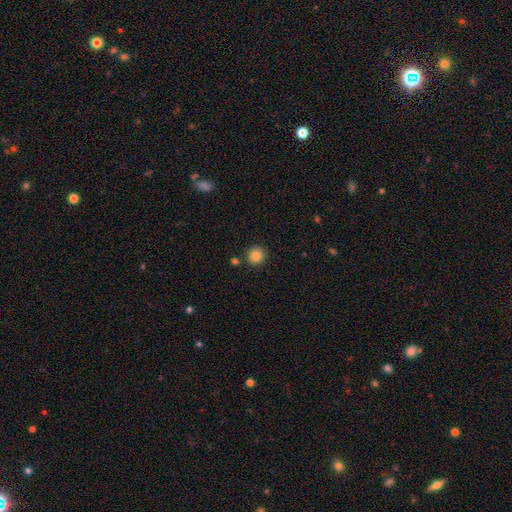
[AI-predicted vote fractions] smooth-or-featured: smooth: 86% | star or artifact: 10% | featured or disk: 4%
  how-rounded: round: 93% | in between: 6% | cigar-shaped: 1%
  merging: none: 87% | minor disturbance: 7% | merger: 4% | major disturbance: 2%